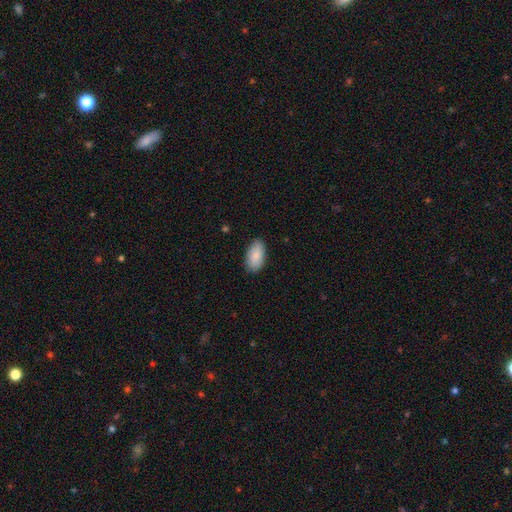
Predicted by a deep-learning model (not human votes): A smooth galaxy with no disk features (89%) that is in between round and cigar-shaped (95%).

Vote fractions:
- Smooth or featured? smooth: 89% / star or artifact: 6% / featured or disk: 5%
- How rounded? in between: 95% / cigar-shaped: 3% / round: 2%
- Merging? none: 86% / minor disturbance: 11% / major disturbance: 2% / merger: 1%